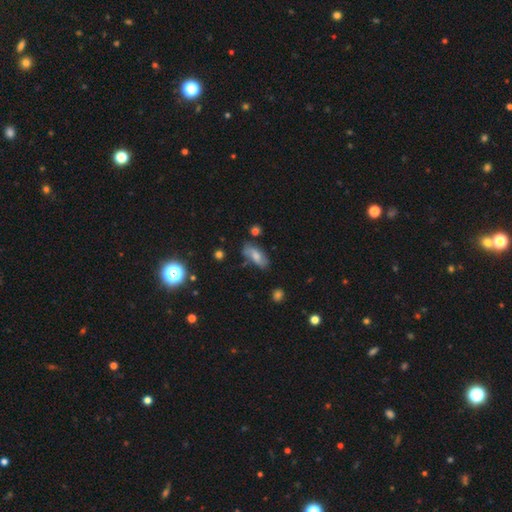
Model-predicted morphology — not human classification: type=smooth (57%); roundness=in between (82%); merging=none (66%).